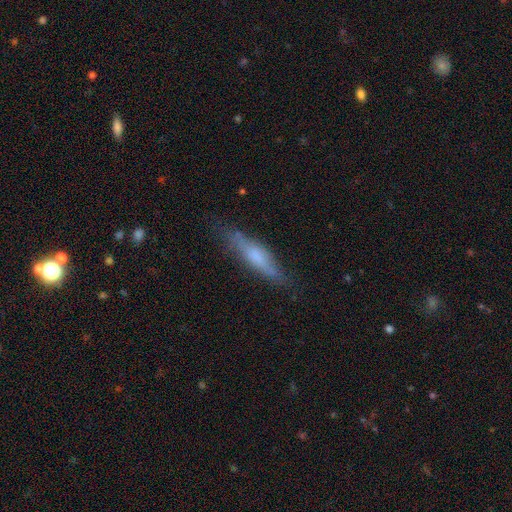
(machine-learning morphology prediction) Smooth or featured: smooth — 49% (featured or disk — 44%)
Merging: none — 74% (minor disturbance — 19%)